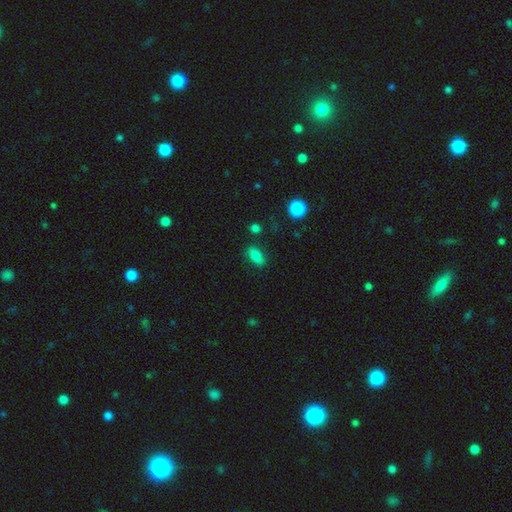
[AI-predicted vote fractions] A smooth galaxy with no disk features (79%) that is in between round and cigar-shaped (84%).

Vote fractions:
- Smooth or featured? smooth: 79% / star or artifact: 11% / featured or disk: 10%
- How rounded? in between: 84% / cigar-shaped: 9% / round: 8%
- Merging? none: 79% / minor disturbance: 14% / major disturbance: 4% / merger: 3%